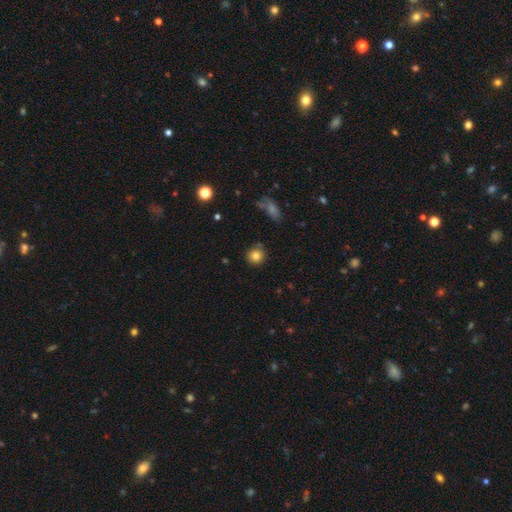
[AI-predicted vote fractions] This is clearly a smooth galaxy (83%). How rounded: clearly round (91%). Merging: clearly none (85%).